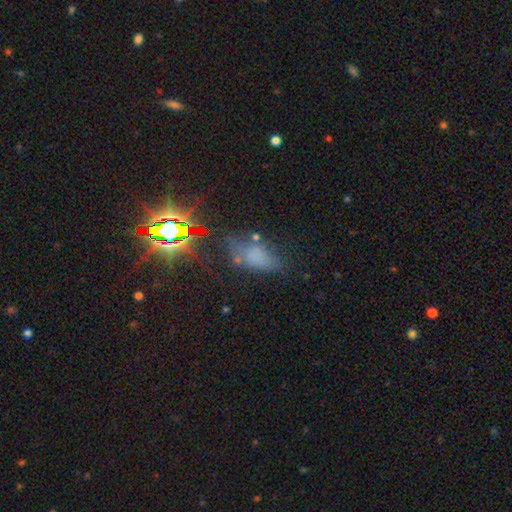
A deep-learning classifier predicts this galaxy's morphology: This appears to be a smooth galaxy with no disk features (53%) that is in between round and cigar-shaped (85%). Merging: none (50%).